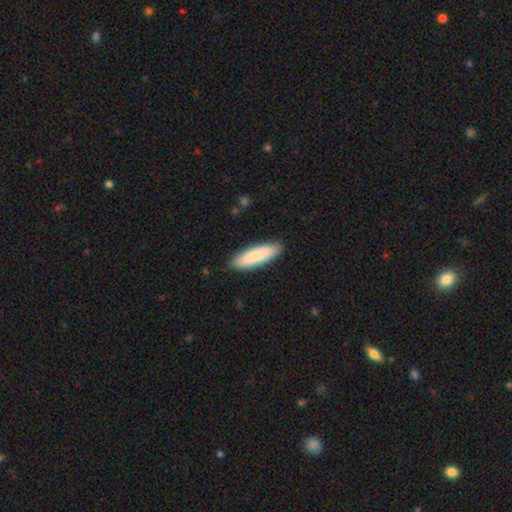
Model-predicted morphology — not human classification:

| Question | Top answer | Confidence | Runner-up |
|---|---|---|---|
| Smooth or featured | smooth | 82% | featured or disk (13%) |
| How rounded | cigar-shaped | 55% | in between (44%) |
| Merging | none | 88% | minor disturbance (9%) |